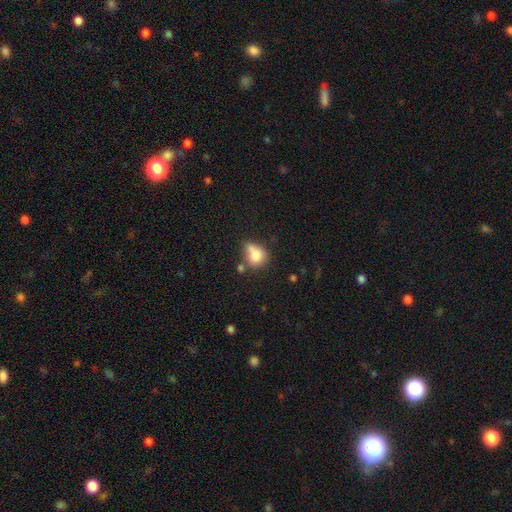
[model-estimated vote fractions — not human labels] smooth-or-featured: smooth: 74% | featured or disk: 15% | star or artifact: 11%
  how-rounded: round: 62% | in between: 36% | cigar-shaped: 1%
  merging: none: 36% | merger: 30% | minor disturbance: 23% | major disturbance: 11%